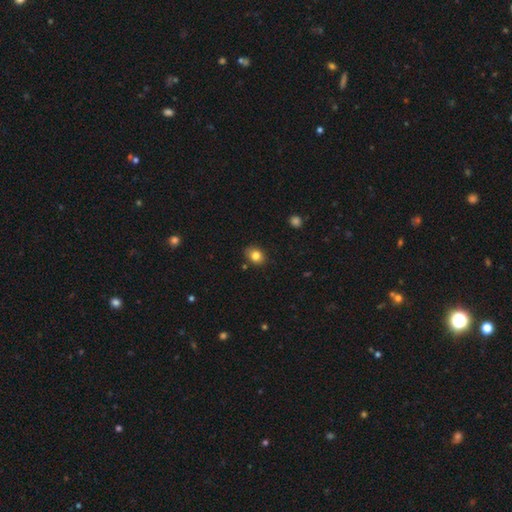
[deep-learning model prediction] Smooth or featured: smooth — 82% (star or artifact — 10%)
How rounded: in between — 53% (round — 46%)
Merging: none — 82% (minor disturbance — 13%)